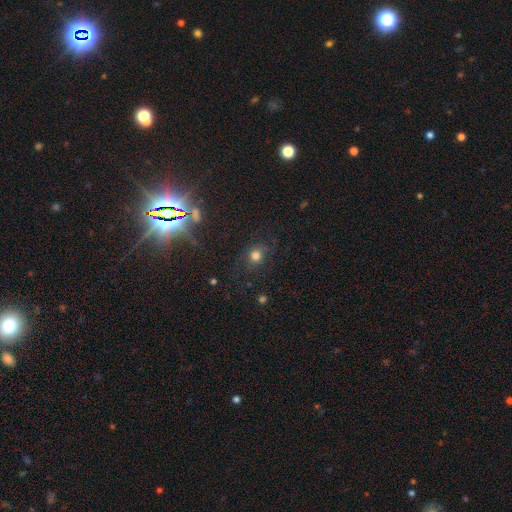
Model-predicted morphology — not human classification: A smooth galaxy with no disk features (66%) that is round (76%). Merging: none (76%).